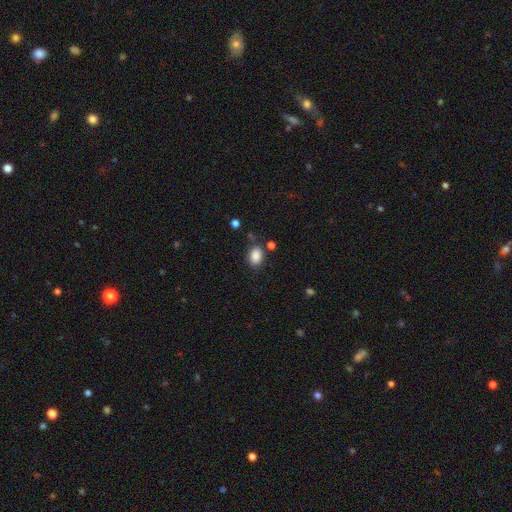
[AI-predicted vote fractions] A smooth galaxy with no disk features (87%) that is in between round and cigar-shaped (77%).

Vote fractions:
- Smooth or featured? smooth: 87% / star or artifact: 9% / featured or disk: 4%
- How rounded? in between: 77% / round: 22% / cigar-shaped: 1%
- Merging? none: 75% / minor disturbance: 15% / merger: 5% / major disturbance: 5%